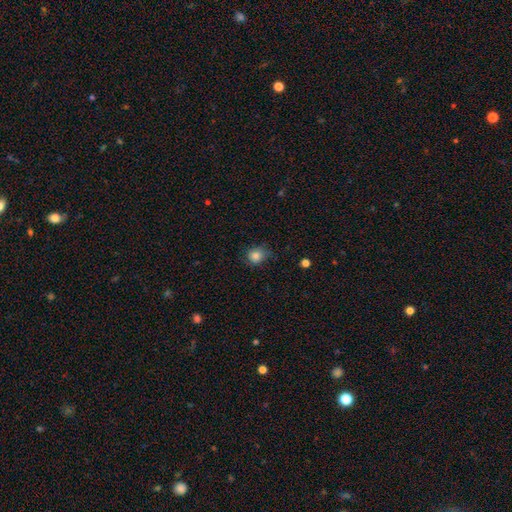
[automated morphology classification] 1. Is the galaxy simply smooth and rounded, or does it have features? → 84% smooth, 10% star or artifact, 6% featured or disk.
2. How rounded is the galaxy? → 73% round, 26% in between, 1% cigar-shaped.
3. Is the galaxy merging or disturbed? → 70% none, 24% minor disturbance, 5% major disturbance, 1% merger.